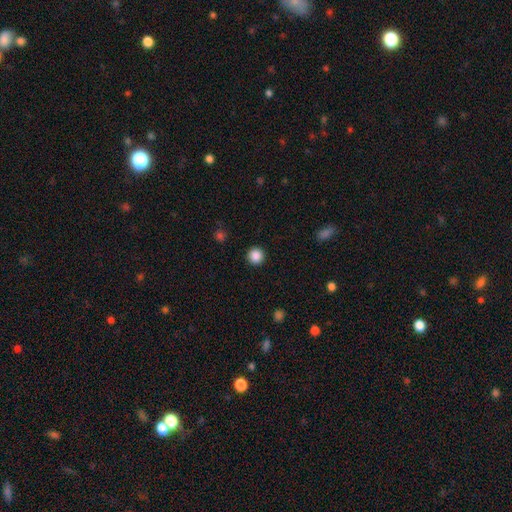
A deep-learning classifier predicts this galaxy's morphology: type=smooth (87%); roundness=round (96%); merging=none (93%).